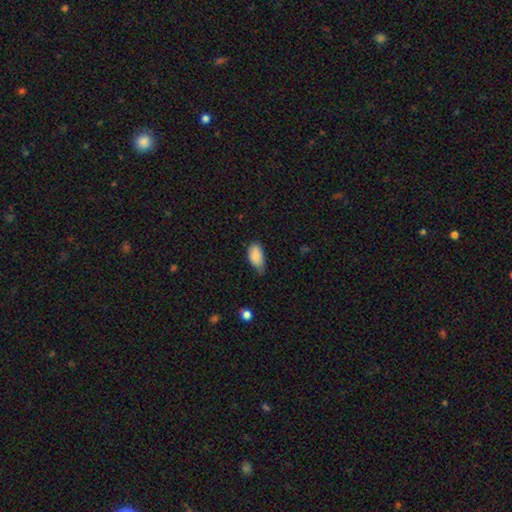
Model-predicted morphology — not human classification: A smooth galaxy with no disk features (87%) that is in between round and cigar-shaped (94%).

Vote fractions:
- Smooth or featured? smooth: 87% / star or artifact: 7% / featured or disk: 6%
- How rounded? in between: 94% / round: 4% / cigar-shaped: 3%
- Merging? none: 46% / minor disturbance: 44% / major disturbance: 8% / merger: 2%